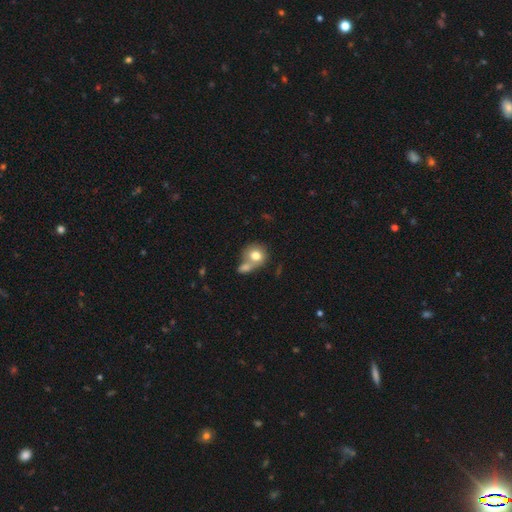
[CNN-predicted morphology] Smooth or featured? Predicted: smooth (p=0.76). How rounded? Predicted: round (p=0.76). Merging? Predicted: merger (p=0.50).